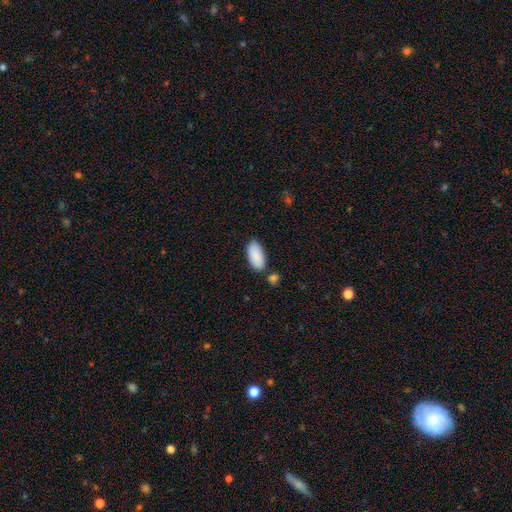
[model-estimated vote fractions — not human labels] smooth-or-featured: smooth: 90% | star or artifact: 6% | featured or disk: 5%
  how-rounded: in between: 93% | cigar-shaped: 6% | round: 2%
  merging: none: 77% | minor disturbance: 13% | merger: 7% | major disturbance: 3%